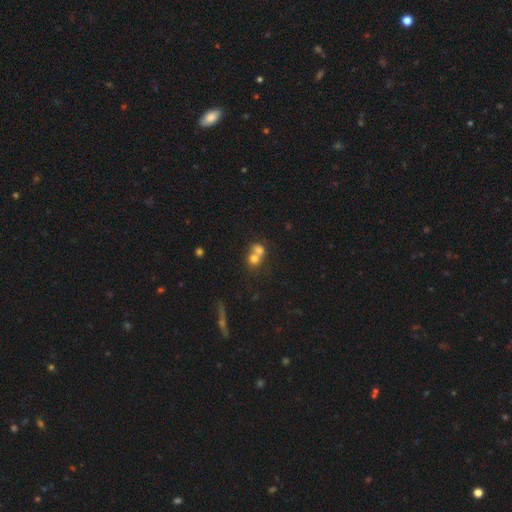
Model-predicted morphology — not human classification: Overall: smooth (70%). How rounded: round (71%). Merging: merger (67%).